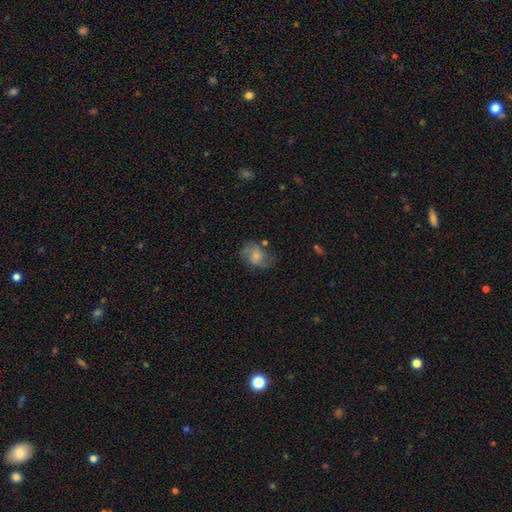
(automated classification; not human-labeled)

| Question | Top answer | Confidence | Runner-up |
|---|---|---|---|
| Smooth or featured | smooth | 53% | featured or disk (38%) |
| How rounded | in between | 66% | round (32%) |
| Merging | none | 55% | minor disturbance (27%) |